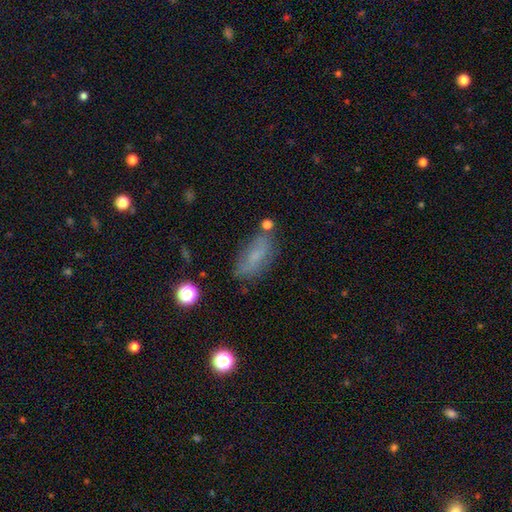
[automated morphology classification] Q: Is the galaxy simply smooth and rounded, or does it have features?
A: smooth — 64%.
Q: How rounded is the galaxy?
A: in between — 80%.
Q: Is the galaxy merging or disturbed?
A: none — 63%.